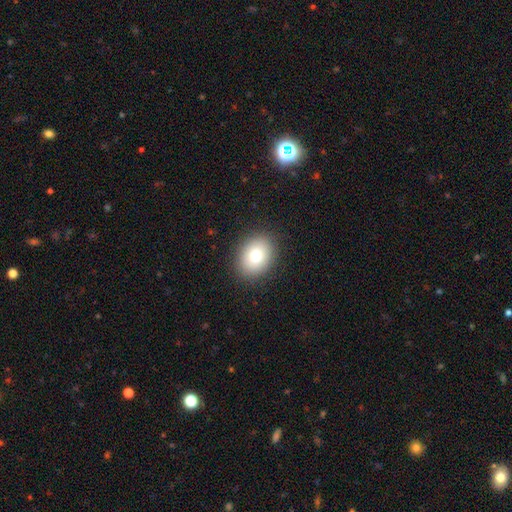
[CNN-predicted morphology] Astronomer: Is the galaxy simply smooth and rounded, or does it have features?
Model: smooth — 77%.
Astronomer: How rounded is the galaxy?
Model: in between — 52% (runner-up: round, 47%).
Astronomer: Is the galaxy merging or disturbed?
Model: none — 89%.